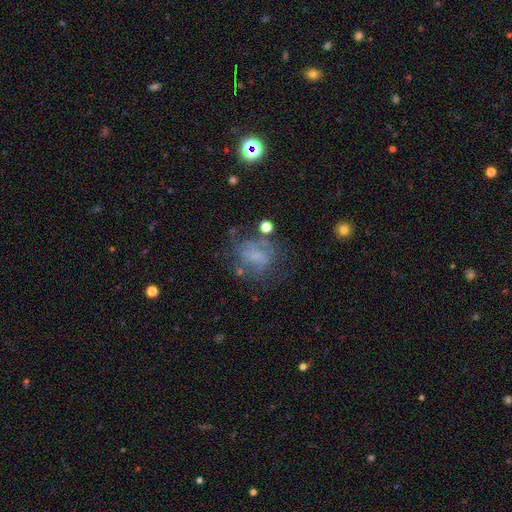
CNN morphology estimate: Smooth or featured?
  - featured or disk: 42% *
  - smooth: 39%
  - star or artifact: 19%
Merging?
  - none: 48% *
  - major disturbance: 24%
  - minor disturbance: 21%
  - merger: 7%